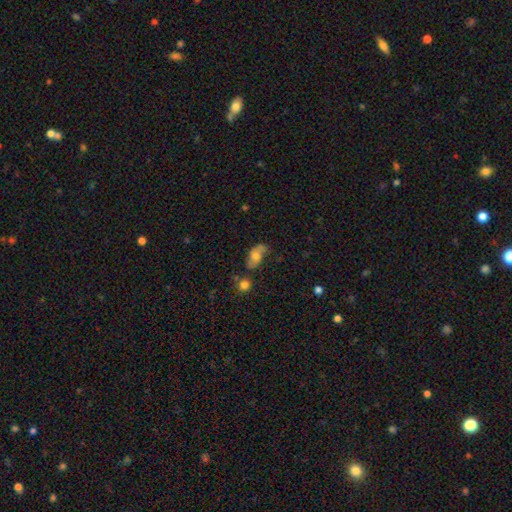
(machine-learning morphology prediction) Smooth or featured: smooth — 57% (featured or disk — 34%)
How rounded: in between — 86% (round — 8%)
Merging: none — 51% (minor disturbance — 28%)